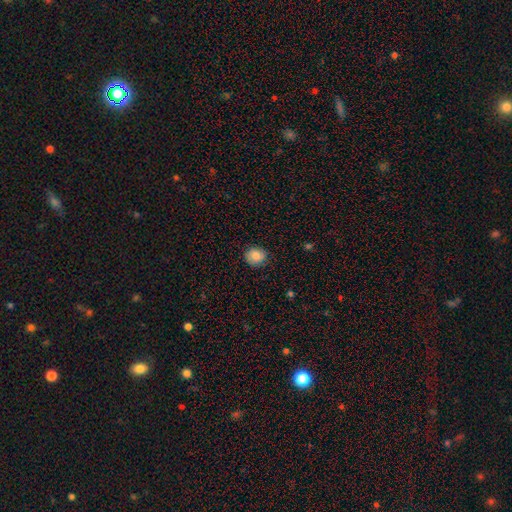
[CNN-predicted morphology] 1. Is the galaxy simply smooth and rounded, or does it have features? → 85% smooth, 8% star or artifact, 7% featured or disk.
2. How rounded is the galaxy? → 70% round, 30% in between, 1% cigar-shaped.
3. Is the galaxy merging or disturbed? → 81% none, 15% minor disturbance, 3% major disturbance, 1% merger.